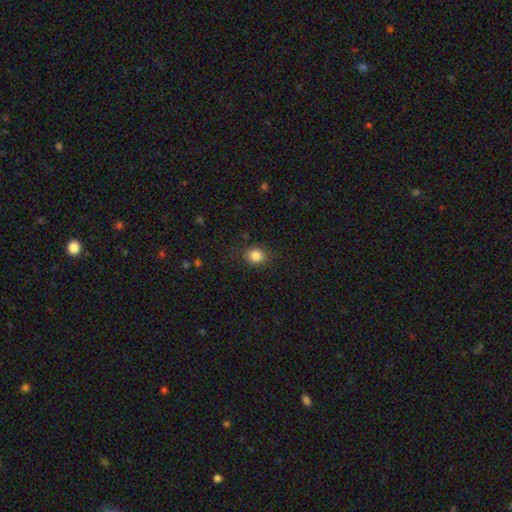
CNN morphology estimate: Overall: smooth (84%). How rounded: round (72%). Merging: none (85%).